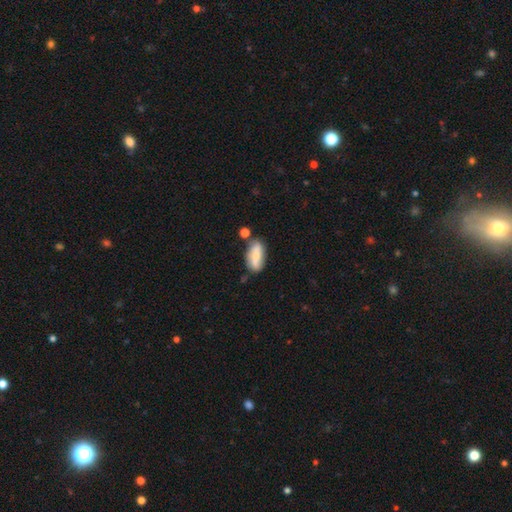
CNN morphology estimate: Overall: smooth (63%; featured or disk 30%). How rounded: in between (80%). Merging: none (66%).